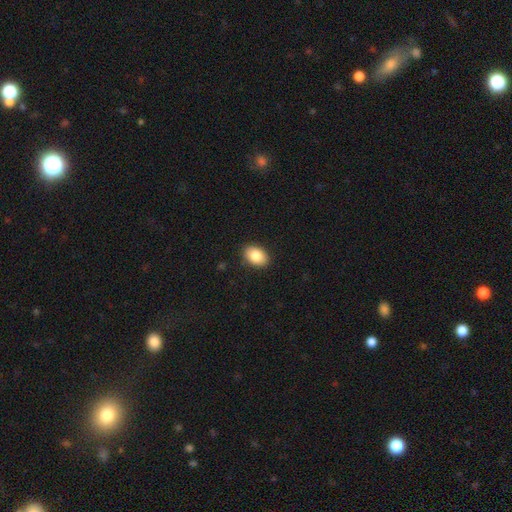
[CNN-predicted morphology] type=smooth (85%); roundness=in between (83%); merging=none (89%).